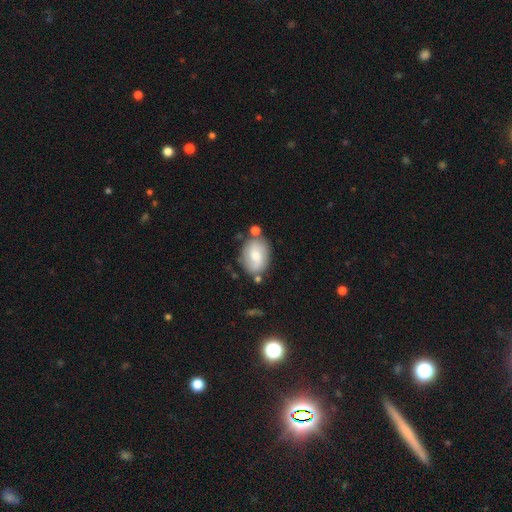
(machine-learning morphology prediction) Overall: smooth (55%; featured or disk 38%). How rounded: in between (76%). Merging: none (68%).